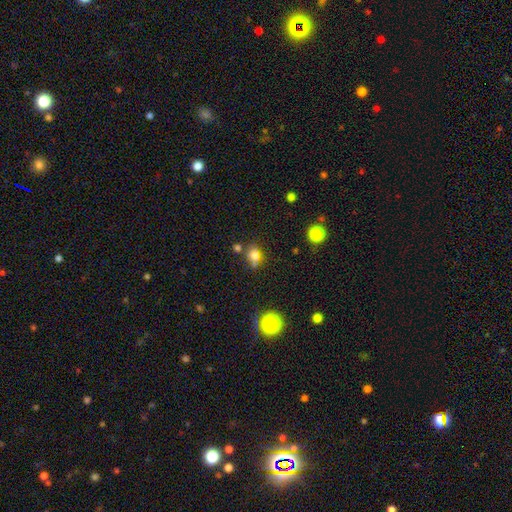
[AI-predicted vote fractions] smooth_or_featured: smooth (p=0.73) [alt: star or artifact p=0.17]
how_rounded: round (p=0.49) [tied with: in between p=0.49]
merging: none (p=0.58) [alt: merger p=0.22]